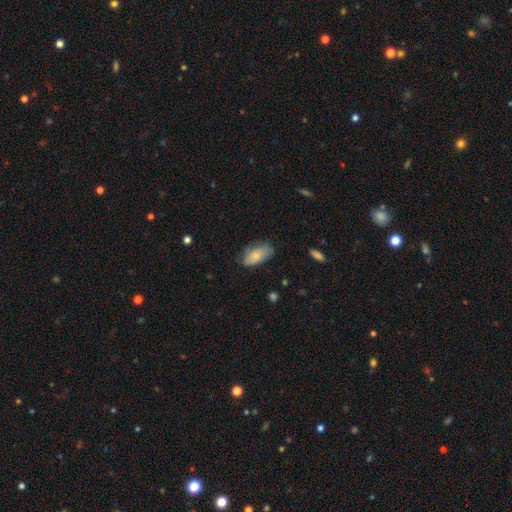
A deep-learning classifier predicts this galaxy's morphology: smooth_or_featured: smooth (p=0.77) [alt: featured or disk p=0.17]
how_rounded: in between (p=0.93) [alt: cigar-shaped p=0.04]
merging: none (p=0.64) [alt: minor disturbance p=0.28]